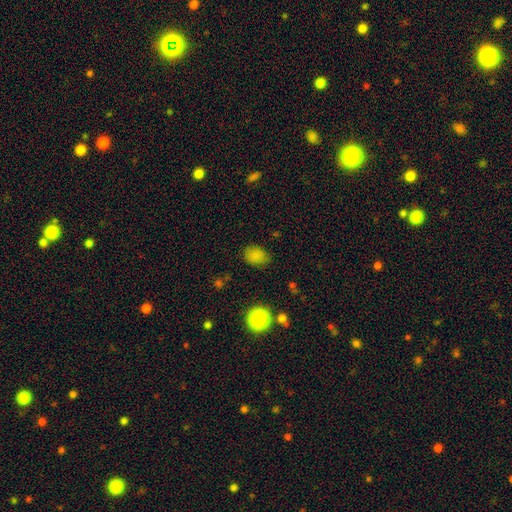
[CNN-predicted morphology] The model was most divided on "how rounded": in between: 63%, round: 36%, cigar-shaped: 1%. More confident: smooth or featured — smooth (79%); merging — none (74%).